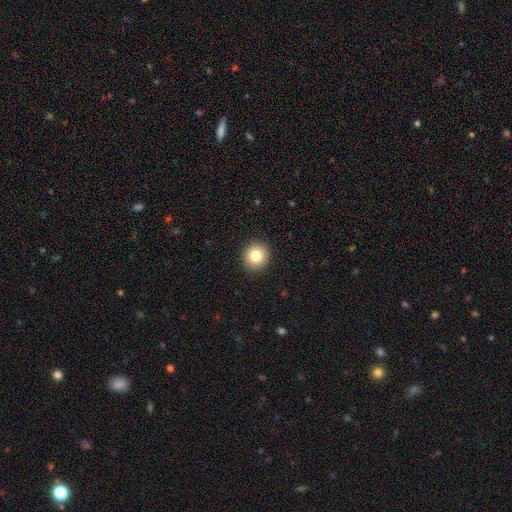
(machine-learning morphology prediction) Smooth or featured?
  - smooth: 82% *
  - star or artifact: 10%
  - featured or disk: 8%
How rounded?
  - round: 91% *
  - in between: 8%
  - cigar-shaped: 1%
Merging?
  - none: 92% *
  - minor disturbance: 5%
  - major disturbance: 2%
  - merger: 1%